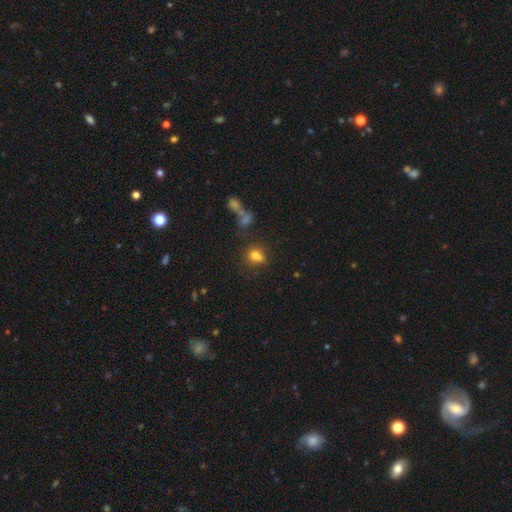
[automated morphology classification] Smooth or featured?
  - smooth: 74% *
  - star or artifact: 15%
  - featured or disk: 11%
How rounded?
  - in between: 61% *
  - round: 35%
  - cigar-shaped: 4%
Merging?
  - none: 56% *
  - minor disturbance: 18%
  - merger: 16%
  - major disturbance: 10%